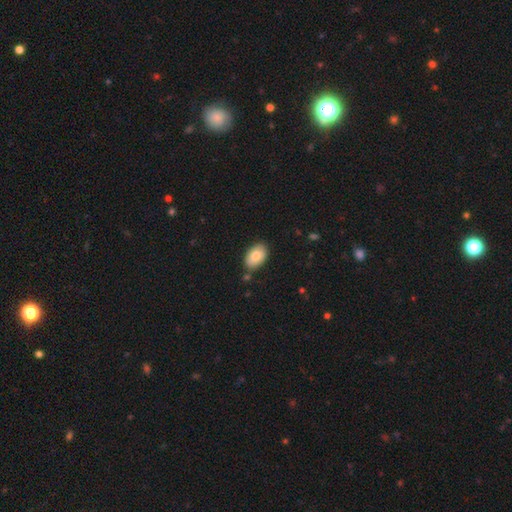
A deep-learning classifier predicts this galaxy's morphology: The model was most divided on "smooth or featured": smooth: 79%, featured or disk: 15%, star or artifact: 7%. More confident: how rounded — in between (90%); merging — none (80%).